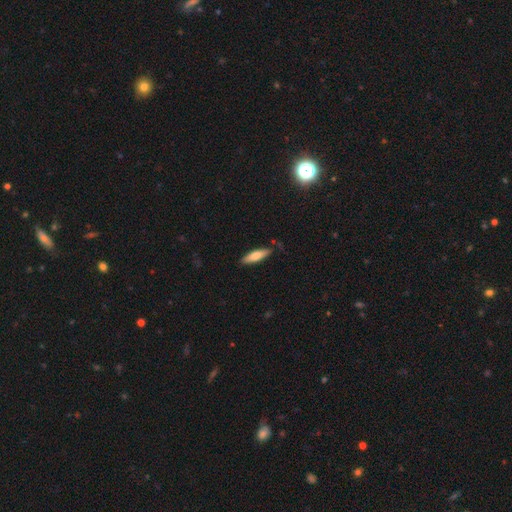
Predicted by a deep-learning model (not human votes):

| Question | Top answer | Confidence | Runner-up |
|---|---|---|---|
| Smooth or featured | smooth | 73% | featured or disk (21%) |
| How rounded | cigar-shaped | 62% | in between (37%) |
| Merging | none | 80% | minor disturbance (15%) |